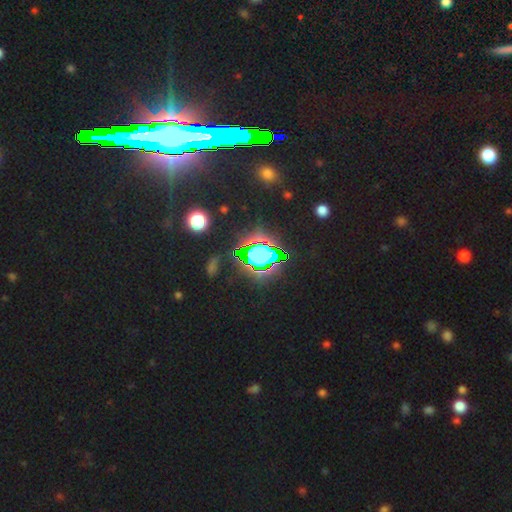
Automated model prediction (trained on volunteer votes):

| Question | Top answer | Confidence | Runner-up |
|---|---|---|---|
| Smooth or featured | star or artifact | 72% | smooth (17%) |